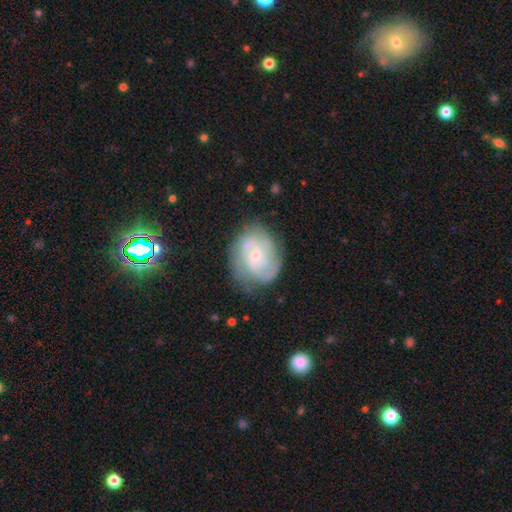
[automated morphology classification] A featured or disk galaxy (79%) with no bar (58%), 2 (41%) tight (53%) spiral arms (94%) and a small central bulge (65%). Merging: none (74%).